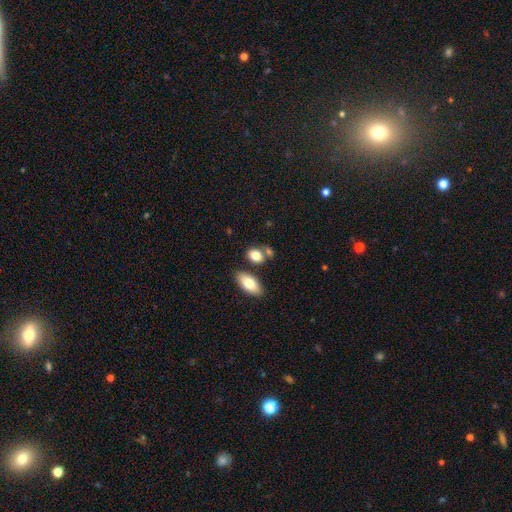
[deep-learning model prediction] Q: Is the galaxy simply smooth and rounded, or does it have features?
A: smooth — 82%.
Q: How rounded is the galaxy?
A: in between — 77%.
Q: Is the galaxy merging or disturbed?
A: none — 61%.